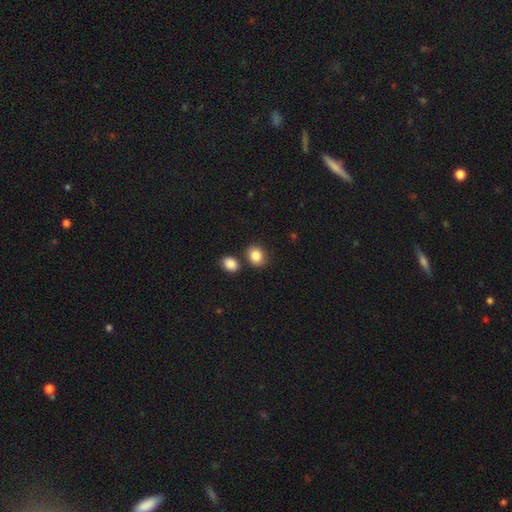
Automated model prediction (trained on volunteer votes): smooth-or-featured: smooth: 86% | star or artifact: 8% | featured or disk: 6%
  how-rounded: round: 60% | in between: 39% | cigar-shaped: 1%
  merging: none: 73% | merger: 12% | minor disturbance: 11% | major disturbance: 3%